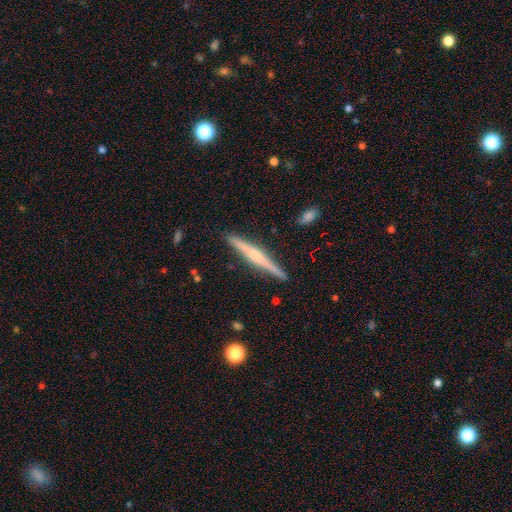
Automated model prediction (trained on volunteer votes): Smooth or featured?
  - featured or disk: 71% *
  - smooth: 24%
  - star or artifact: 6%
Edge-on disk?
  - yes: 98% *
  - no: 2%
Edge-on bulge?
  - rounded: 70% *
  - none: 18%
  - boxy: 12%
Merging?
  - none: 91% *
  - minor disturbance: 6%
  - major disturbance: 1%
  - merger: 1%